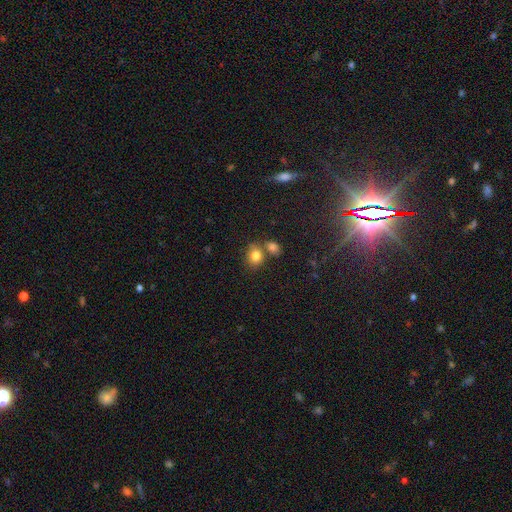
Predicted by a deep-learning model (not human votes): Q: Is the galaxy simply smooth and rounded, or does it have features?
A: smooth — 81%.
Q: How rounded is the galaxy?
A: round — 53%.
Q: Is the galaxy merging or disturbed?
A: none — 56%.